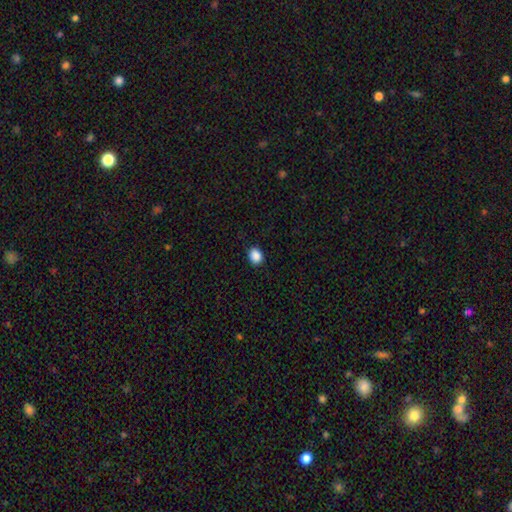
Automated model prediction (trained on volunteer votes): This appears to be a smooth galaxy with no disk features (89%) that is in between round and cigar-shaped (51%). Merging: none (90%).